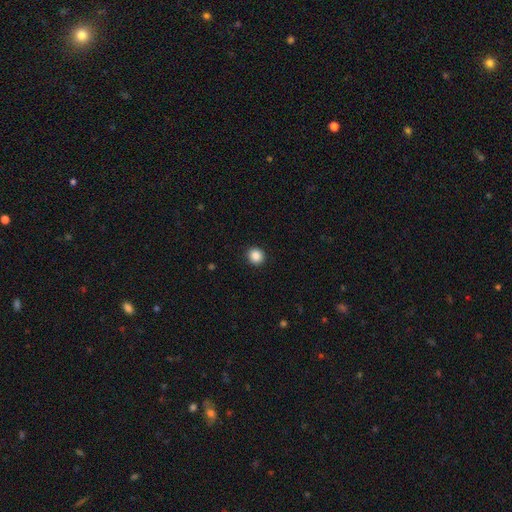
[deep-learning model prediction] Smooth or featured? Predicted: smooth (p=0.88). How rounded? Predicted: round (p=0.91). Merging? Predicted: none (p=0.92).